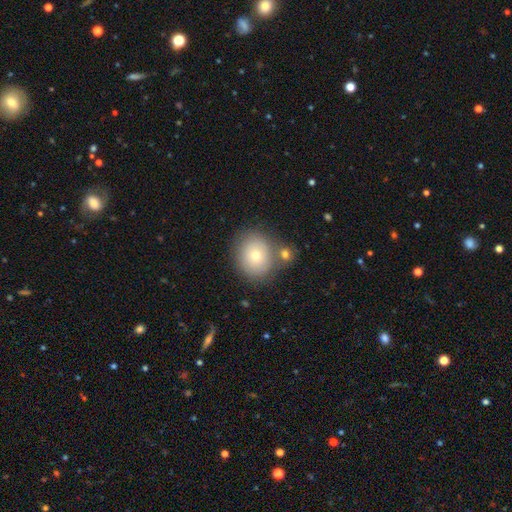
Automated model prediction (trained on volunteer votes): This is likely a smooth galaxy (75%). How rounded: likely round (72%). Merging: likely none (65%).